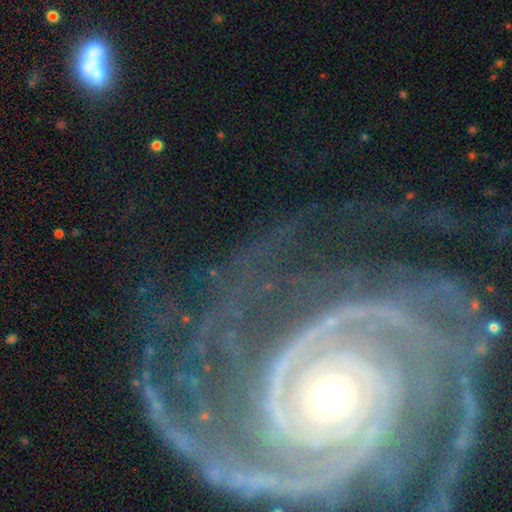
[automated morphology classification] The model was most divided on "spiral arm count": 2: 25%, can't tell: 22%, 3: 17%, 4: 13%, more than 4: 13%, 1: 10%. Remaining: edge-on disk — no (96%); spiral arms — yes (95%); smooth or featured — featured or disk (85%); spiral winding — tight (72%); bar — no (67%); merging — none (65%); bulge size — moderate (50%).